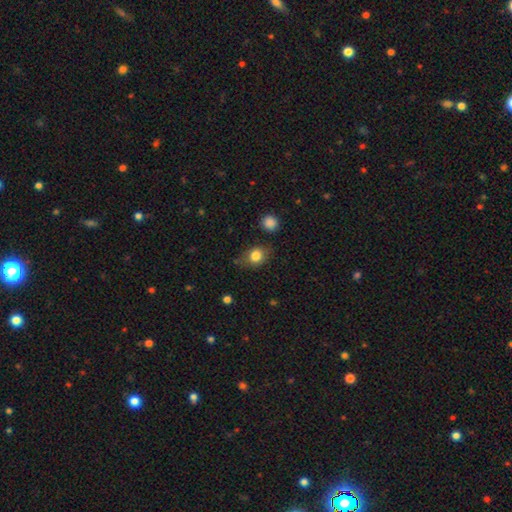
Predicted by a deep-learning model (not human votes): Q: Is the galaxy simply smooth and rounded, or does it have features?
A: smooth — 81%.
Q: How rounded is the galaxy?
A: in between — 52%.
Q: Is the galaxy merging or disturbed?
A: none — 70%.